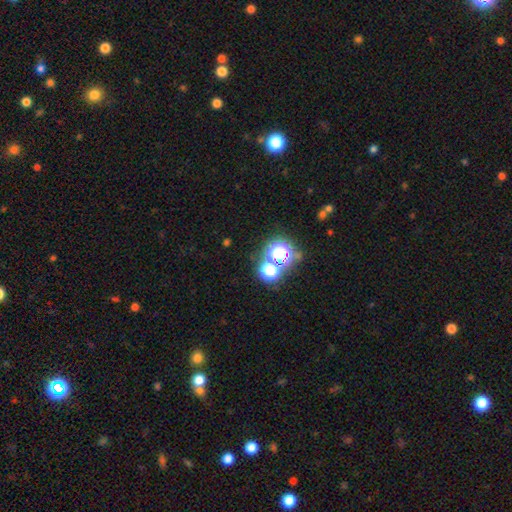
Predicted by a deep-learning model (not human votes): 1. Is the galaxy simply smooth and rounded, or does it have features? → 68% star or artifact, 24% smooth, 8% featured or disk.